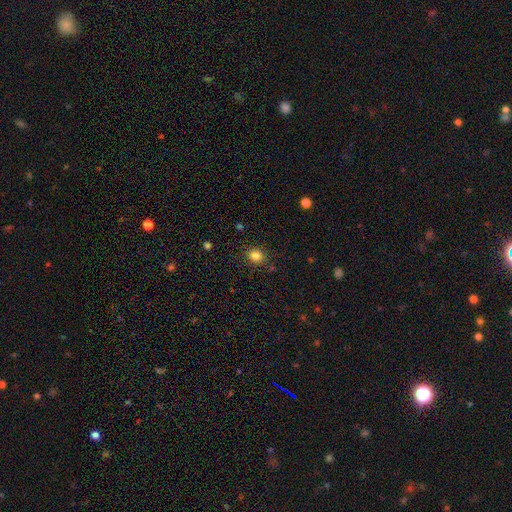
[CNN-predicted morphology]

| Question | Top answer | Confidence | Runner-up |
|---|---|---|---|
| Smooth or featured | smooth | 82% | star or artifact (13%) |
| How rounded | round | 79% | in between (20%) |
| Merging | none | 87% | minor disturbance (8%) |